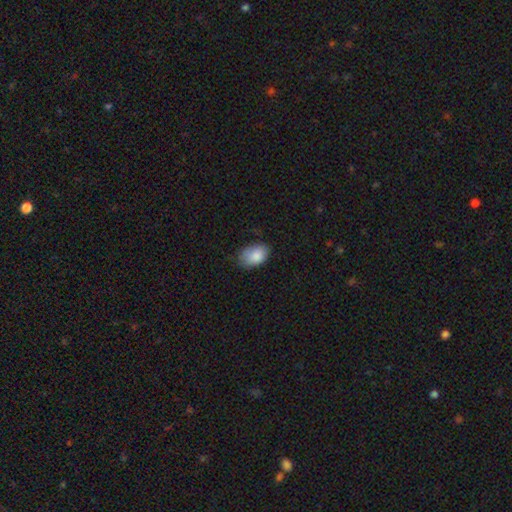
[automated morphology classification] Q: Smooth or featured?
A: smooth (86%); runner-up: star or artifact (7%)
Q: How rounded?
A: in between (88%); runner-up: round (10%)
Q: Merging?
A: none (67%); runner-up: minor disturbance (27%)